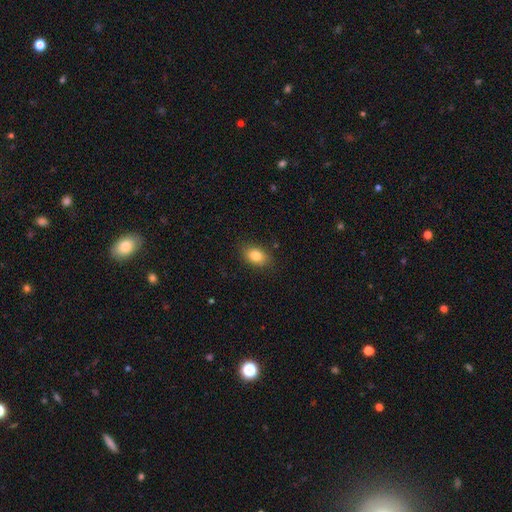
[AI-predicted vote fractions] Smooth or featured? smooth (82%)
How rounded? in between (78%)
Merging? none (84%)